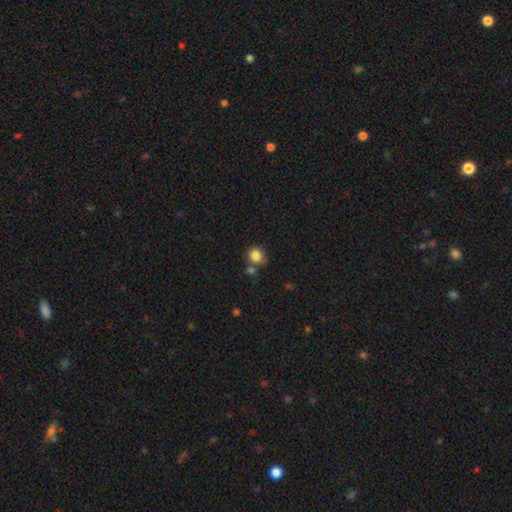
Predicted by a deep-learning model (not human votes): smooth 84%, star or artifact 10%, featured or disk 6%. Down the decision tree: how rounded — round (74%); merging — none (59%).